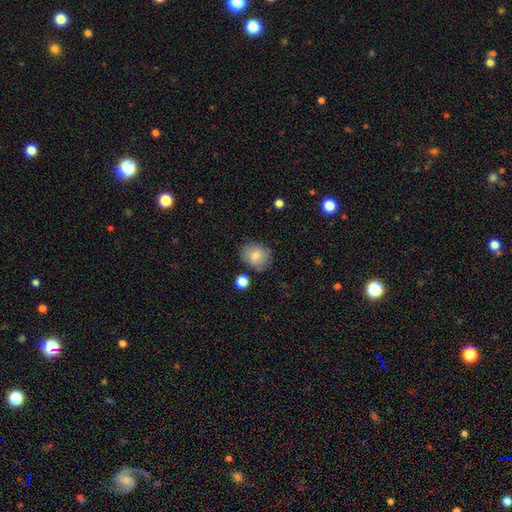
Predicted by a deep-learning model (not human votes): Overall: smooth (76%). How rounded: round (65%; in between 34%). Merging: none (75%).